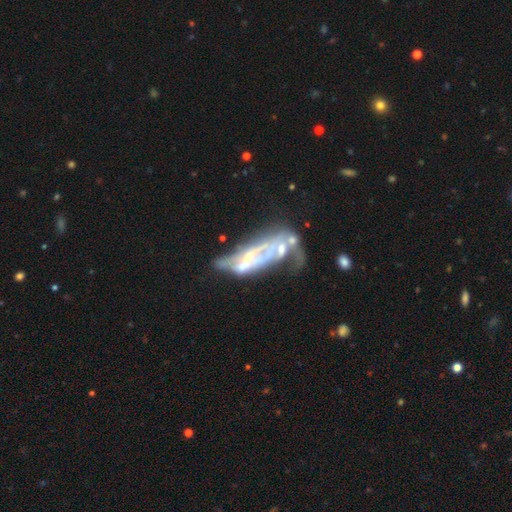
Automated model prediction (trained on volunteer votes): smooth-or-featured: featured or disk: 72% | smooth: 17% | star or artifact: 11%
  disk-edge-on: no: 79% | yes: 21%
    bar: no: 56% | weak: 24% | strong: 20%
    has-spiral-arms: no: 53% | yes: 47%
    bulge-size: small: 39% | none: 35% | moderate: 21% | large: 3% | dominant: 2%
  merging: merger: 33% | major disturbance: 32% | none: 20% | minor disturbance: 15%